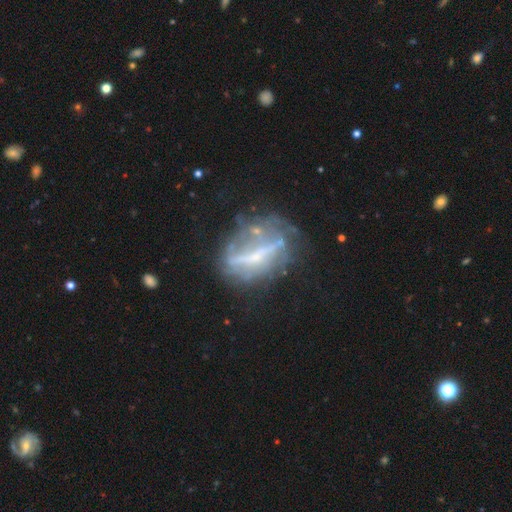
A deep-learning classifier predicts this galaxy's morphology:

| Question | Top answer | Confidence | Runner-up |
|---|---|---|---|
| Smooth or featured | featured or disk | 70% | smooth (18%) |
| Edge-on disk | no | 75% | yes (25%) |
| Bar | strong | 49% | no (30%) |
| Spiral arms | no | 72% | yes (28%) |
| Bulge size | small | 43% | none (34%) |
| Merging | none | 48% | major disturbance (23%) |